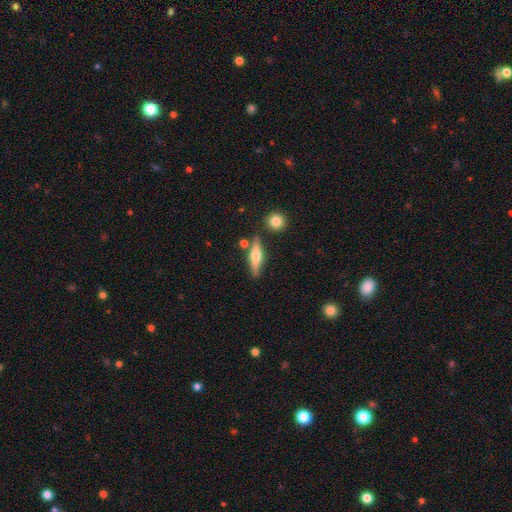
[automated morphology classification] featured or disk 47%, smooth 46%, star or artifact 7%. Down the decision tree: merging — none (80%).